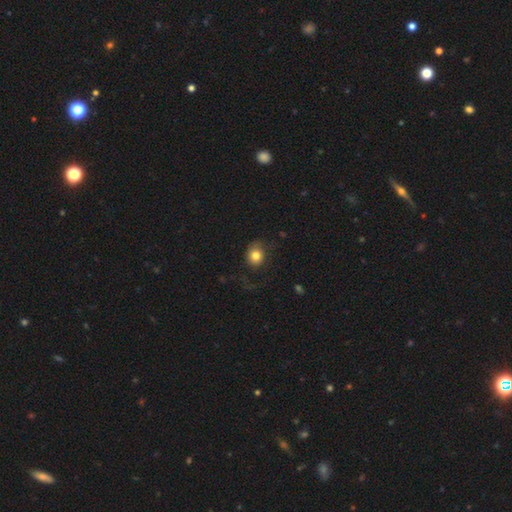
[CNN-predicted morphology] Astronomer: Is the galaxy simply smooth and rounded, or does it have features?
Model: smooth — 79%.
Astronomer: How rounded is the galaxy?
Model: round — 68%.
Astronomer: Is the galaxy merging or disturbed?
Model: none — 64%.